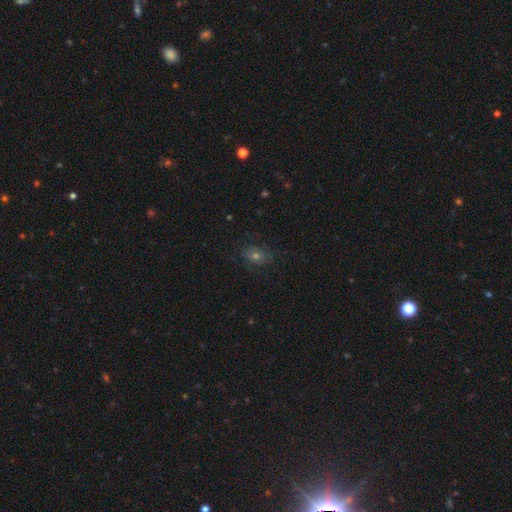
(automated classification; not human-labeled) smooth_or_featured: smooth (p=0.49) [alt: star or artifact p=0.29]
merging: none (p=0.80) [alt: minor disturbance p=0.13]